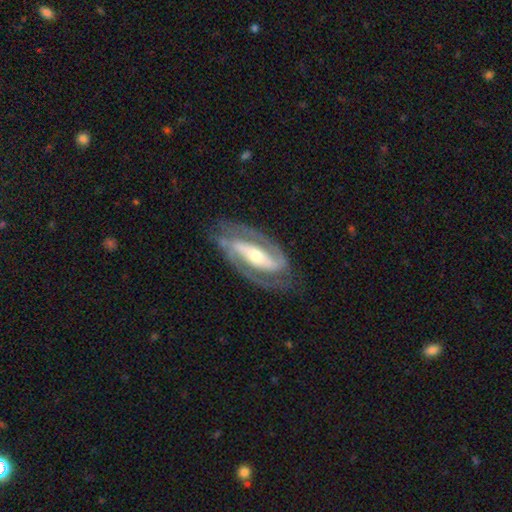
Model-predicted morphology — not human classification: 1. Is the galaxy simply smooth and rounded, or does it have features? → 90% featured or disk, 6% smooth, 4% star or artifact.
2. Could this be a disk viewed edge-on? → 93% no, 7% yes.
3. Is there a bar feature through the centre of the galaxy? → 66% strong, 19% weak, 15% no.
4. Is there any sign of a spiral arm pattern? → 95% yes, 5% no.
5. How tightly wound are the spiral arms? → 46% medium, 41% tight, 13% loose.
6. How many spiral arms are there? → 91% 2, 3% can't tell, 2% 1, 1% 3, 1% 4, 1% more than 4.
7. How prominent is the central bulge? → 53% moderate, 39% small, 5% large, 1% none, 1% dominant.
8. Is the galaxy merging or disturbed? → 79% none, 14% minor disturbance, 6% major disturbance, 1% merger.